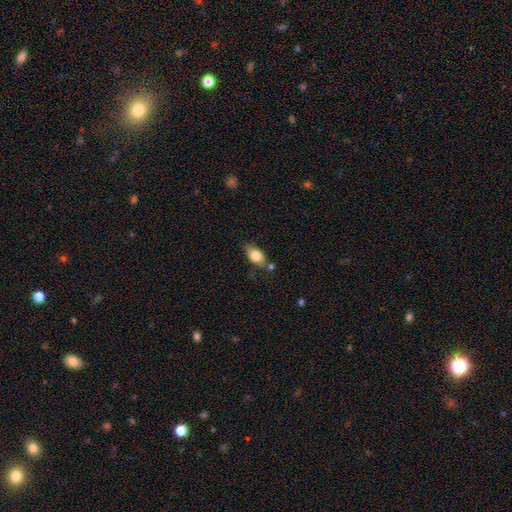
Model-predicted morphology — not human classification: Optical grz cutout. It shows a smooth galaxy with no disk features (80%) that is in between round and cigar-shaped (84%). Merging: none (66%).